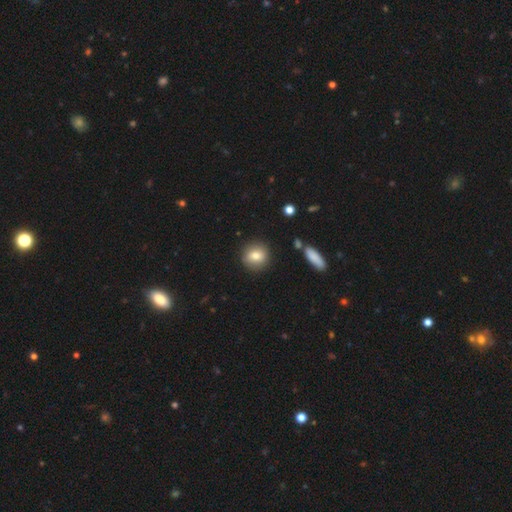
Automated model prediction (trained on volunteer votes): Smooth or featured? smooth (79%)
How rounded? round (86%)
Merging? none (87%)